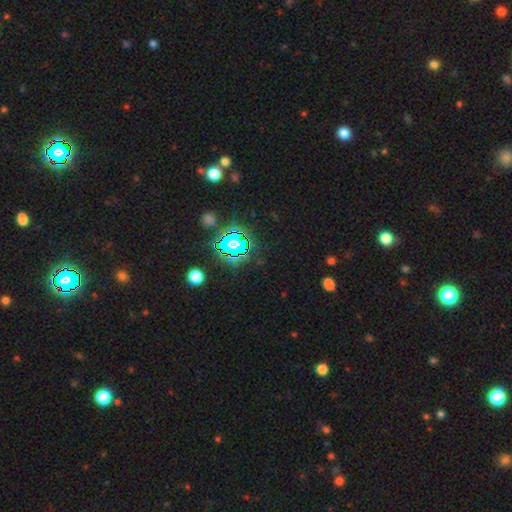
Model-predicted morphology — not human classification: Q: Smooth or featured?
A: star or artifact (80%); runner-up: smooth (12%)